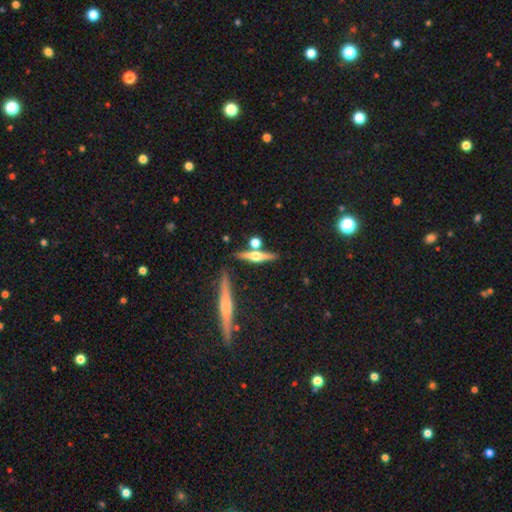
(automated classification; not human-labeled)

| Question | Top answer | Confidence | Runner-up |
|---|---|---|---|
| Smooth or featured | featured or disk | 63% | smooth (29%) |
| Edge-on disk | yes | 95% | no (5%) |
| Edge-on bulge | rounded | 92% | boxy (4%) |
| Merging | none | 74% | merger (14%) |